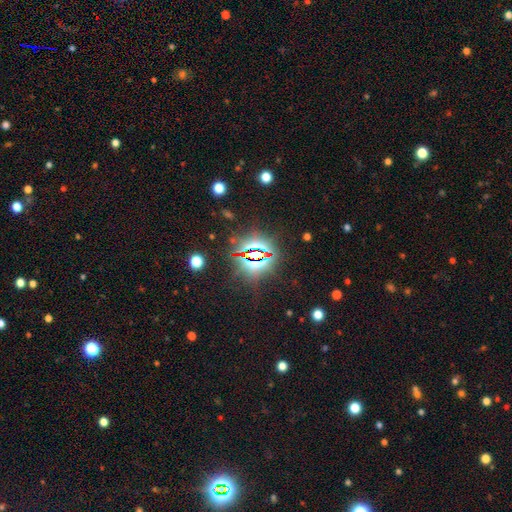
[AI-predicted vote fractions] Smooth or featured: star or artifact — 78% (smooth — 14%)